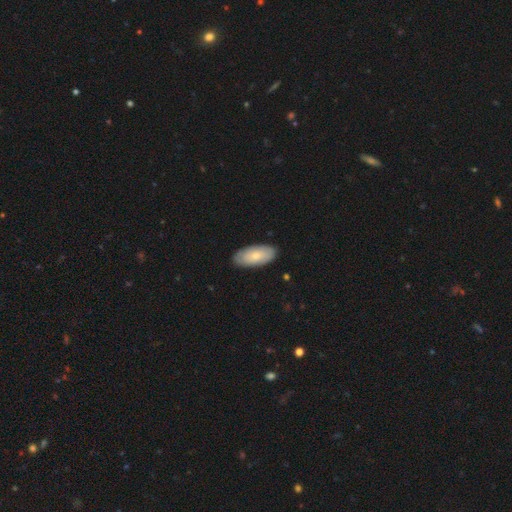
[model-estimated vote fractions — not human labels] Q: Smooth or featured?
A: smooth (69%); runner-up: featured or disk (26%)
Q: How rounded?
A: in between (92%); runner-up: cigar-shaped (6%)
Q: Merging?
A: none (86%); runner-up: minor disturbance (11%)